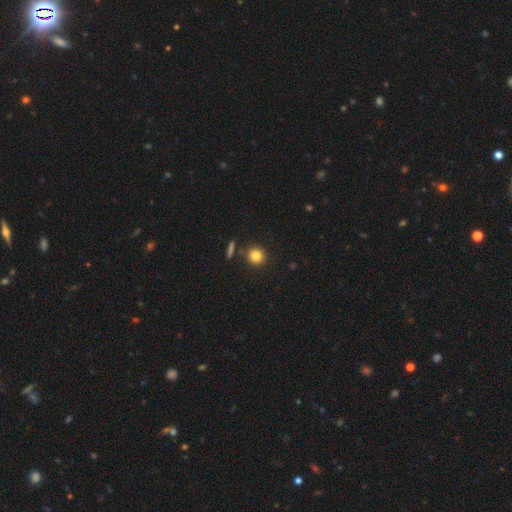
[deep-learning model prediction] Smooth or featured?
  - smooth: 84% *
  - star or artifact: 11%
  - featured or disk: 6%
How rounded?
  - round: 91% *
  - in between: 7%
  - cigar-shaped: 1%
Merging?
  - none: 85% *
  - minor disturbance: 7%
  - merger: 5%
  - major disturbance: 2%